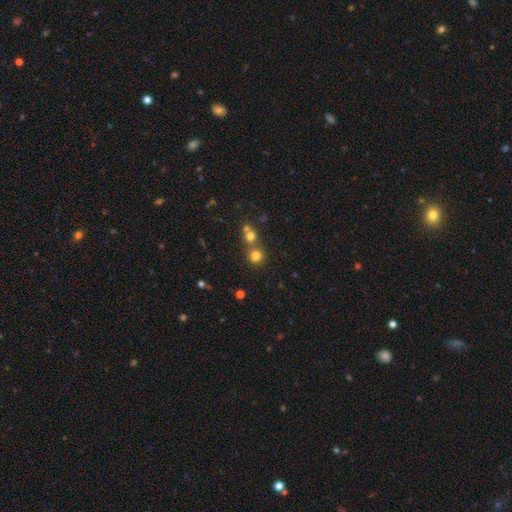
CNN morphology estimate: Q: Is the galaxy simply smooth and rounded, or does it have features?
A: smooth — 73%.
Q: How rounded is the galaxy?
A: round — 88%.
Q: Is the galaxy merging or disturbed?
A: none — 56%.